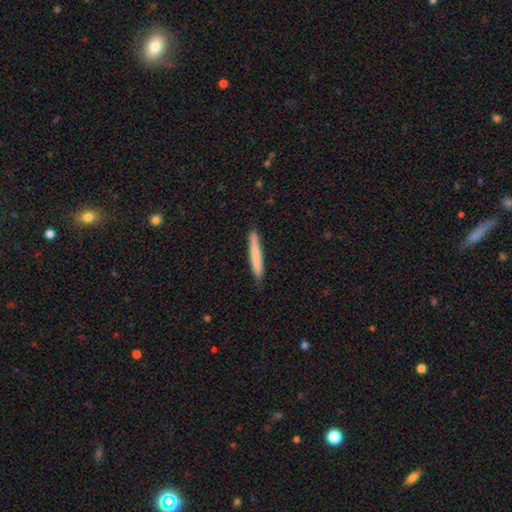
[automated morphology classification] The model was most divided on "smooth or featured": smooth: 75%, featured or disk: 19%, star or artifact: 5%. More confident: how rounded — cigar-shaped (96%); merging — none (88%).